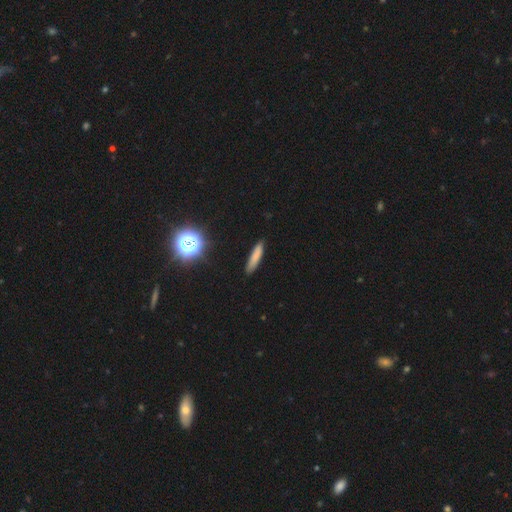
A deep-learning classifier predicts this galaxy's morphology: Overall: smooth (78%). How rounded: cigar-shaped (85%). Merging: none (86%).